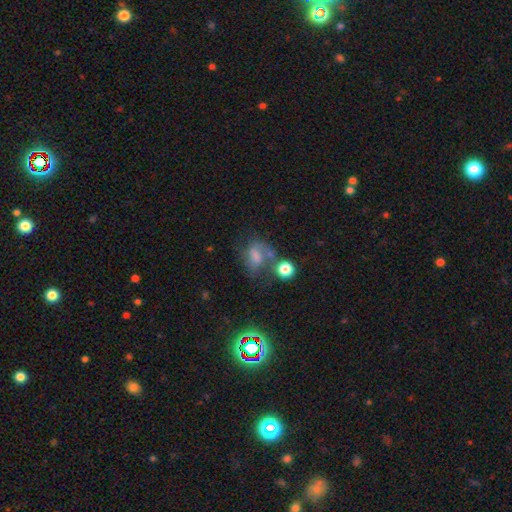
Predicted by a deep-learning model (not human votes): The model was most divided on "smooth or featured": smooth: 41%, featured or disk: 33%, star or artifact: 26%. Remaining: merging — none (39%).